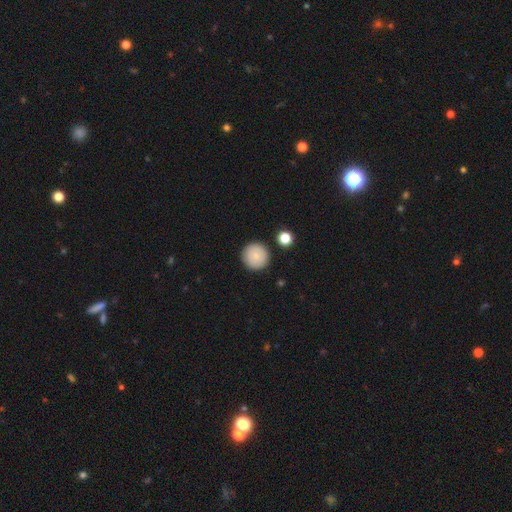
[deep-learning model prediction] Smooth or featured: smooth — 86% (star or artifact — 8%)
How rounded: round — 96% (in between — 3%)
Merging: none — 91% (minor disturbance — 5%)